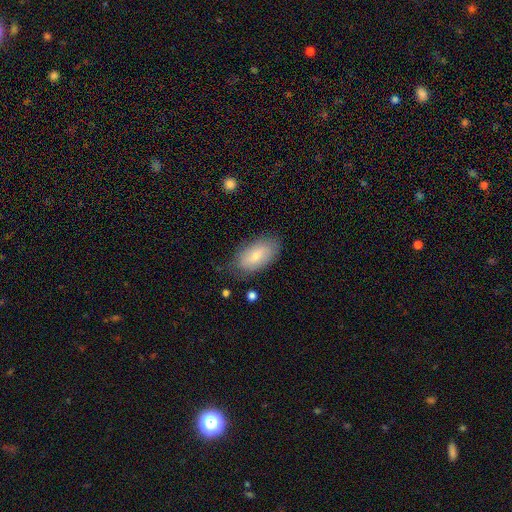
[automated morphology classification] Q: Smooth or featured?
A: smooth (73%); runner-up: featured or disk (21%)
Q: How rounded?
A: in between (93%); runner-up: round (3%)
Q: Merging?
A: none (76%); runner-up: minor disturbance (18%)